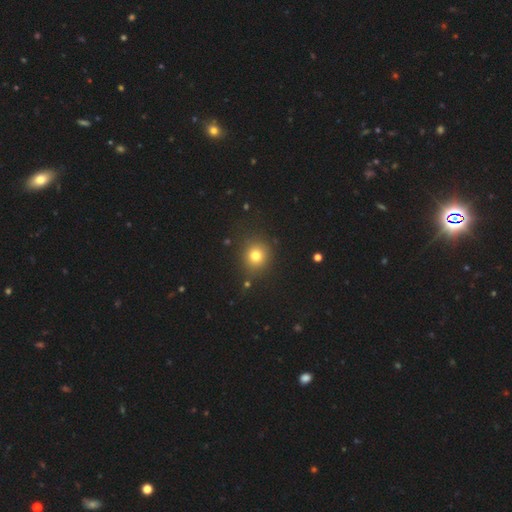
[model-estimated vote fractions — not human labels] Smooth or featured? smooth (77%)
How rounded? round (87%)
Merging? none (85%)